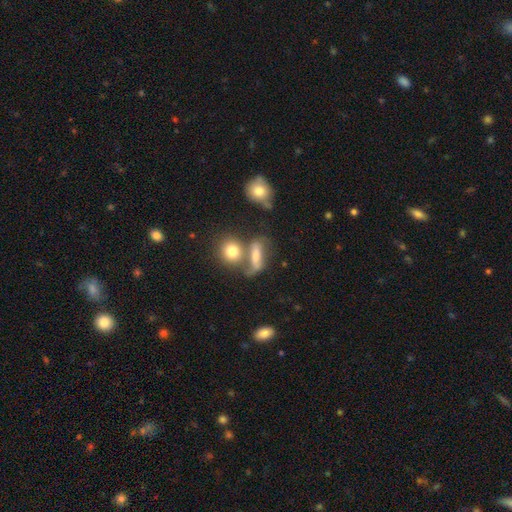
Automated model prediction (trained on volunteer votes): Smooth or featured? smooth (60%)
How rounded? in between (53%)
Merging? none (39%)